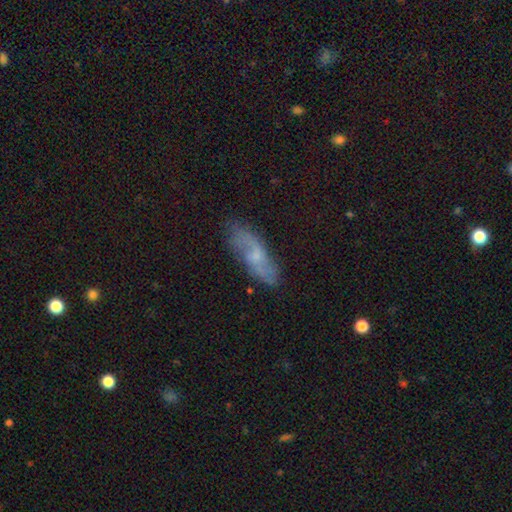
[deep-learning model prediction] smooth-or-featured: featured or disk: 55% | smooth: 36% | star or artifact: 8%
  disk-edge-on: no: 80% | yes: 20%
  merging: none: 76% | minor disturbance: 17% | major disturbance: 5% | merger: 2%